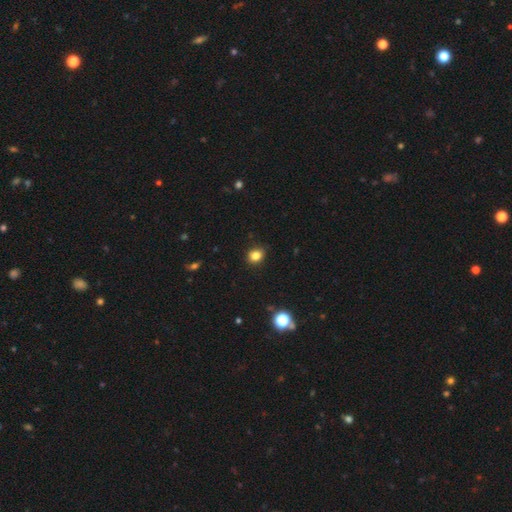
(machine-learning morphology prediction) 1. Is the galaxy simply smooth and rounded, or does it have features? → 82% smooth, 12% star or artifact, 5% featured or disk.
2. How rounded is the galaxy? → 60% round, 39% in between, 1% cigar-shaped.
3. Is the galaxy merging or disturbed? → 86% none, 11% minor disturbance, 2% major disturbance, 1% merger.